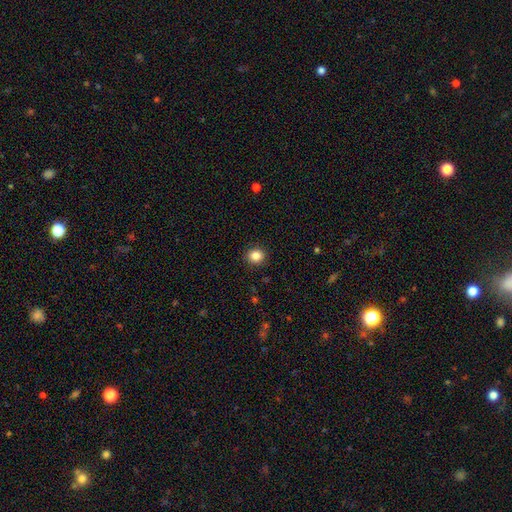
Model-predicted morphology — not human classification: smooth-or-featured: smooth: 85% | star or artifact: 10% | featured or disk: 5%
  how-rounded: round: 80% | in between: 19% | cigar-shaped: 1%
  merging: none: 91% | minor disturbance: 6% | major disturbance: 2% | merger: 1%